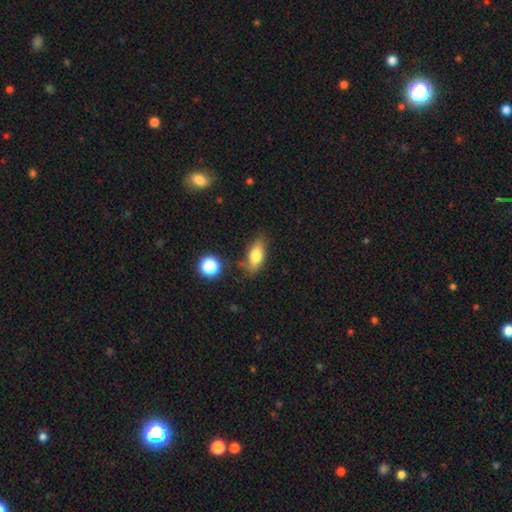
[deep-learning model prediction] Smooth or featured: smooth — 72% (featured or disk — 19%)
How rounded: in between — 78% (cigar-shaped — 15%)
Merging: none — 72% (minor disturbance — 18%)